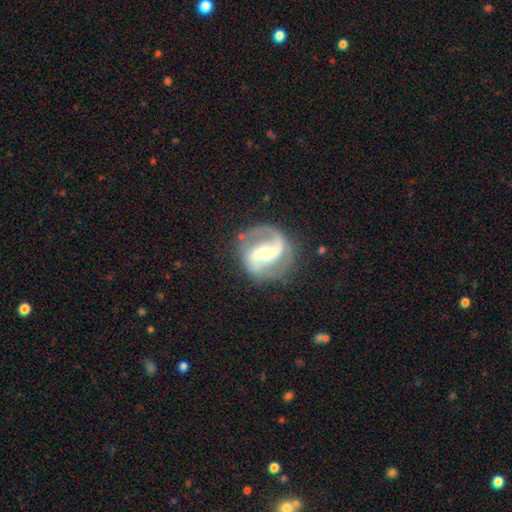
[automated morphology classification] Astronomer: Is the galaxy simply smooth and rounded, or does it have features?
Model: featured or disk — 87%.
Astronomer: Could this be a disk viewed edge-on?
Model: no — 97%.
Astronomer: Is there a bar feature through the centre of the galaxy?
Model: strong — 50% (runner-up: weak, 32%).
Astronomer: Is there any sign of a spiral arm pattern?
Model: yes — 93%.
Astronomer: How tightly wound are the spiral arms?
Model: medium — 48% (runner-up: loose, 36%).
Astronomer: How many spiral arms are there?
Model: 2 — 88%.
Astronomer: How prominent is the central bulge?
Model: moderate — 48% (runner-up: small, 45%).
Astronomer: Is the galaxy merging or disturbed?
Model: none — 78%.